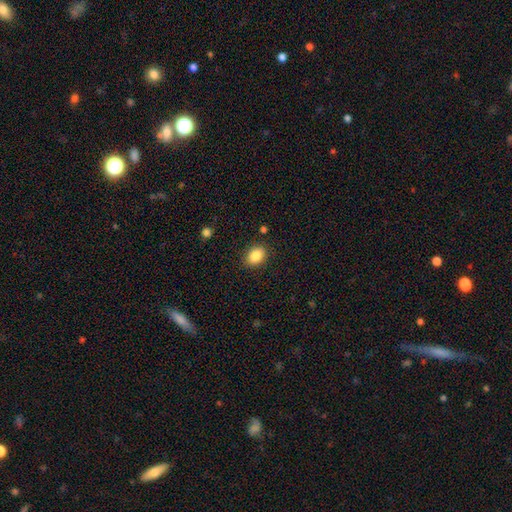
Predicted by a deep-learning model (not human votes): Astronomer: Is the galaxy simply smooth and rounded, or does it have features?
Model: smooth — 86%.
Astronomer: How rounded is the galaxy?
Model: in between — 70%.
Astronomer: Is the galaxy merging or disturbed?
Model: none — 87%.